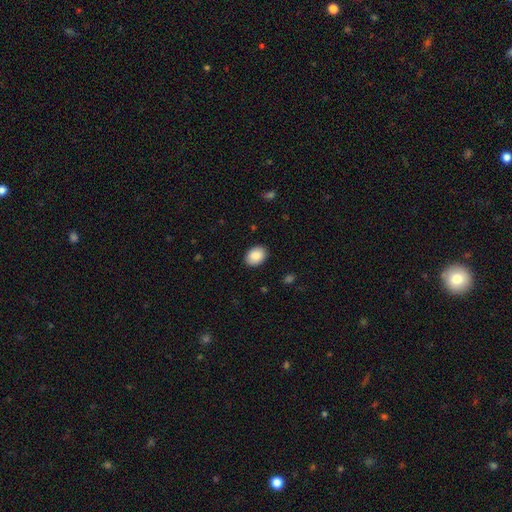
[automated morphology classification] A smooth galaxy with no disk features (89%) that is in between round and cigar-shaped (73%). Merging: none (89%).